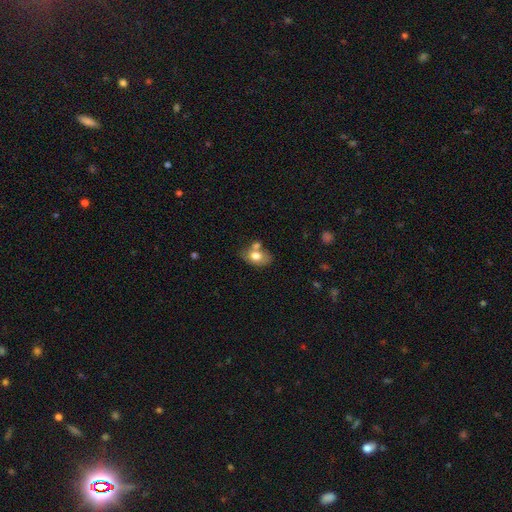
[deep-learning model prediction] smooth 73%, featured or disk 20%, star or artifact 8%. Down the decision tree: how rounded — in between (79%); merging — none (46%).